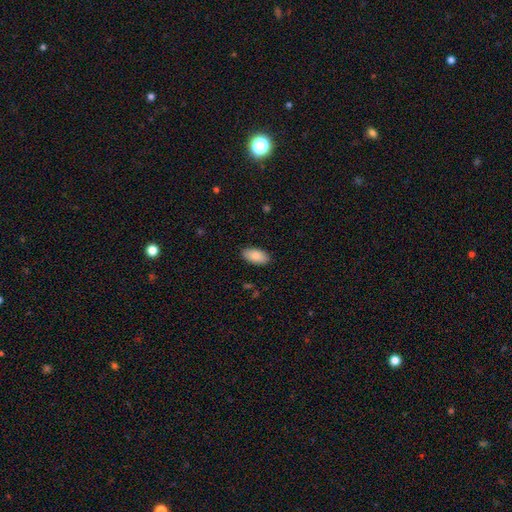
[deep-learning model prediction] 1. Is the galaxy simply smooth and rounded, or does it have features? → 86% smooth, 8% featured or disk, 6% star or artifact.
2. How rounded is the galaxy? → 94% in between, 4% cigar-shaped, 2% round.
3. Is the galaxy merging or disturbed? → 89% none, 8% minor disturbance, 2% major disturbance, 1% merger.